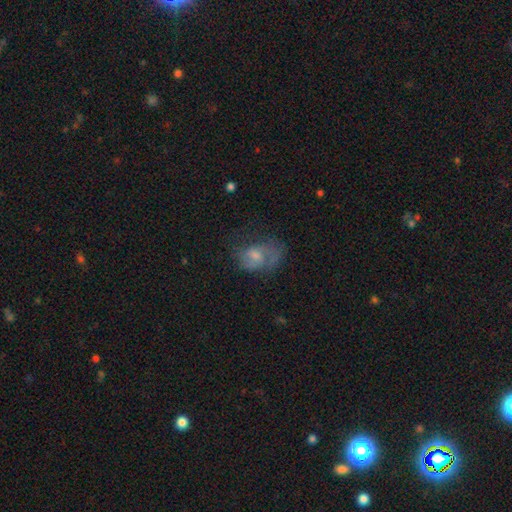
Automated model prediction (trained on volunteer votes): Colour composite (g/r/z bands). It shows a featured or disk galaxy (50%). Merging: none (41%).